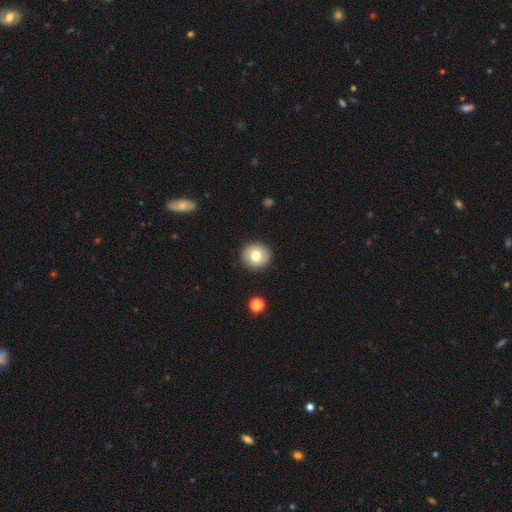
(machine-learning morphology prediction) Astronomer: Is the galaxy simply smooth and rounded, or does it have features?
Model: smooth — 77%.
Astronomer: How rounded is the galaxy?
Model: round — 89%.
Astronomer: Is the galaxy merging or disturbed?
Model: none — 91%.